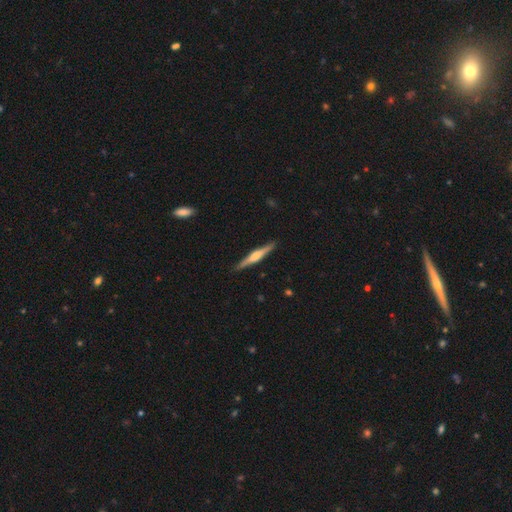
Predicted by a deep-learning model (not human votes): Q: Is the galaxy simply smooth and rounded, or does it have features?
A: featured or disk — 66%.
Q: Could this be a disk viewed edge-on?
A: yes — 98%.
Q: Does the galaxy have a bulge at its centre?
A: rounded — 77%.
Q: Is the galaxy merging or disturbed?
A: none — 90%.